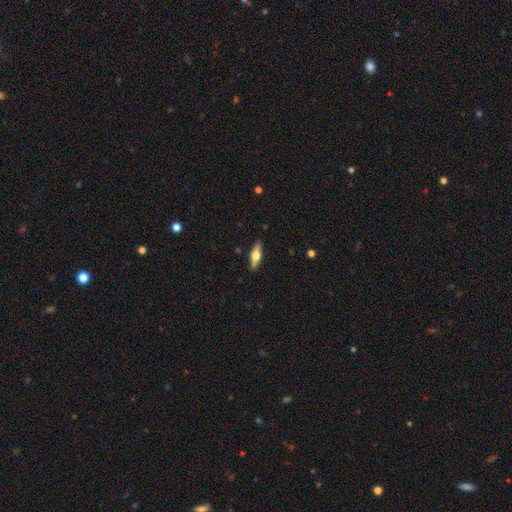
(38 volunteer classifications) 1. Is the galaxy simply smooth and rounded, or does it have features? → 68% featured or disk, 29% smooth, 3% star or artifact.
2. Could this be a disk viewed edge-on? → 96% yes, 4% no.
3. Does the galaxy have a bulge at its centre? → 96% rounded, 4% boxy, 0% none.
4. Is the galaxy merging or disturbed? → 86% none, 11% minor disturbance, 3% major disturbance, 0% merger.